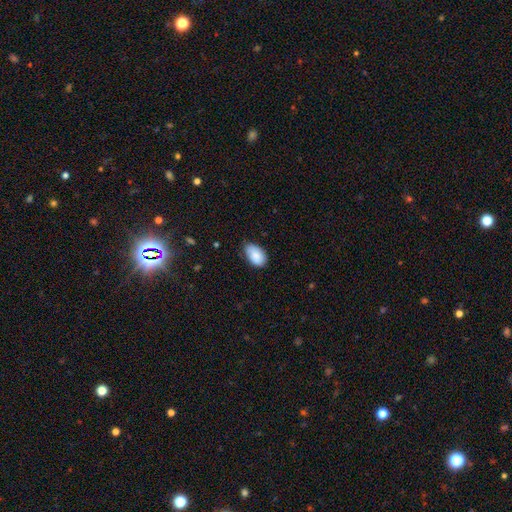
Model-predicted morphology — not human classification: Smooth or featured: smooth — 87% (featured or disk — 7%)
How rounded: in between — 92% (round — 7%)
Merging: none — 68% (minor disturbance — 27%)